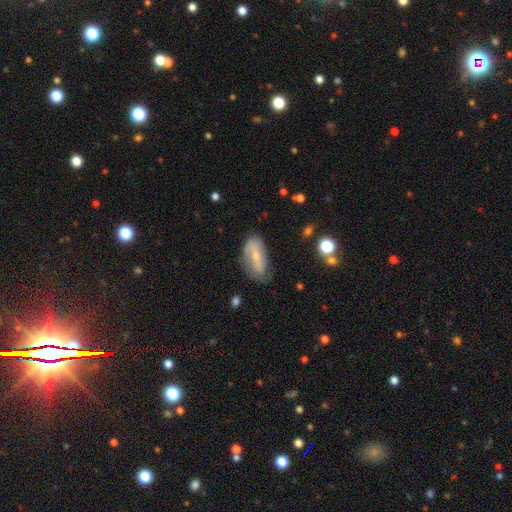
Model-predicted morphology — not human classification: smooth-or-featured: featured or disk: 50% | smooth: 42% | star or artifact: 7%
  disk-edge-on: no: 87% | yes: 13%
  merging: none: 63% | minor disturbance: 26% | major disturbance: 9% | merger: 2%